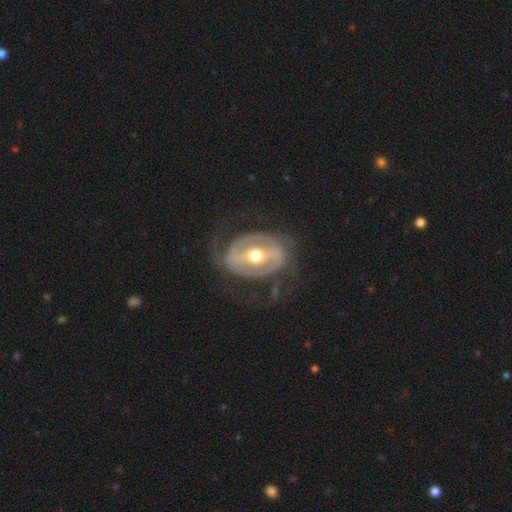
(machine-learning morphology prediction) Overall: featured or disk (81%). Edge-on disk: no (94%). Bar: strong (59%; weak 25%). Spiral arms: yes (58%; no 42%). Bulge size: moderate (76%). Merging: none (64%).